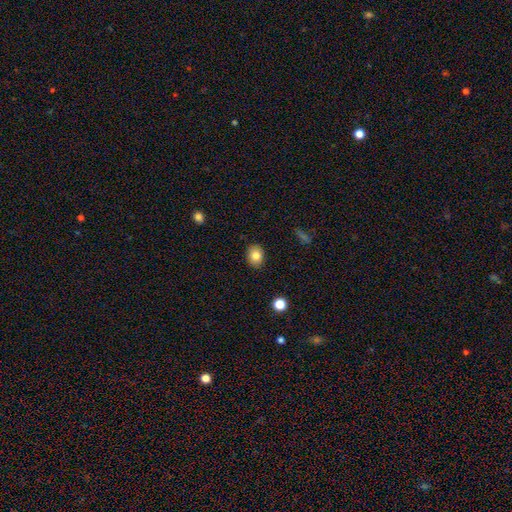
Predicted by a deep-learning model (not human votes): Smooth or featured?
  - smooth: 82% *
  - star or artifact: 9%
  - featured or disk: 9%
How rounded?
  - in between: 61% *
  - round: 38%
  - cigar-shaped: 1%
Merging?
  - none: 88% *
  - minor disturbance: 8%
  - major disturbance: 2%
  - merger: 1%